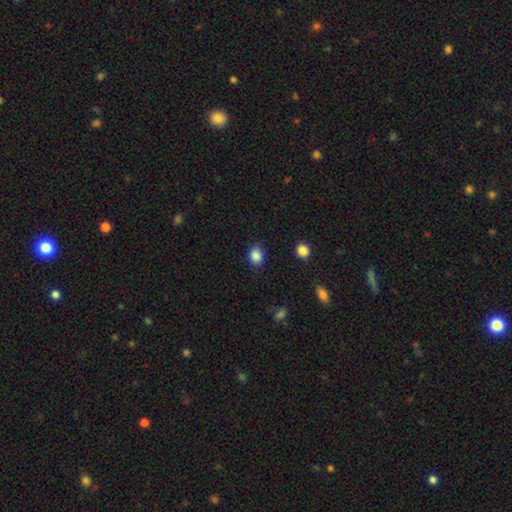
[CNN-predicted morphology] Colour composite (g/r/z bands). It shows a smooth galaxy with no disk features (87%) that is round (55%). Merging: none (86%).